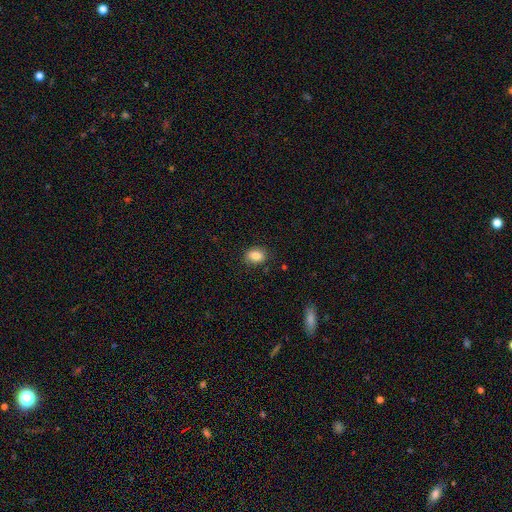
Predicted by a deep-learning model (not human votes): Smooth or featured? Predicted: smooth (p=0.84). How rounded? Predicted: in between (p=0.63). Merging? Predicted: none (p=0.84).